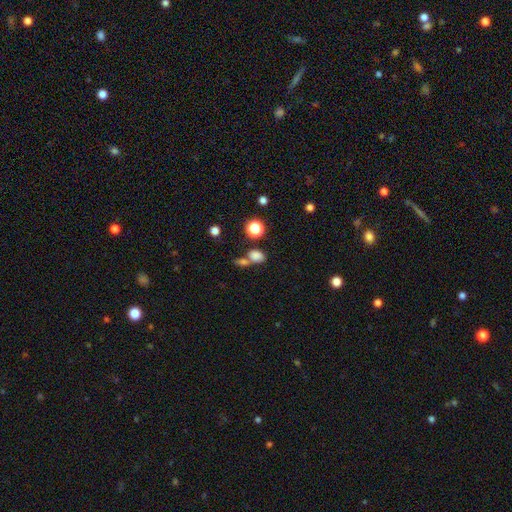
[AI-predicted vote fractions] Smooth or featured?
  - smooth: 77% *
  - star or artifact: 15%
  - featured or disk: 8%
How rounded?
  - in between: 68% *
  - round: 29%
  - cigar-shaped: 2%
Merging?
  - none: 44% *
  - merger: 39%
  - minor disturbance: 11%
  - major disturbance: 6%